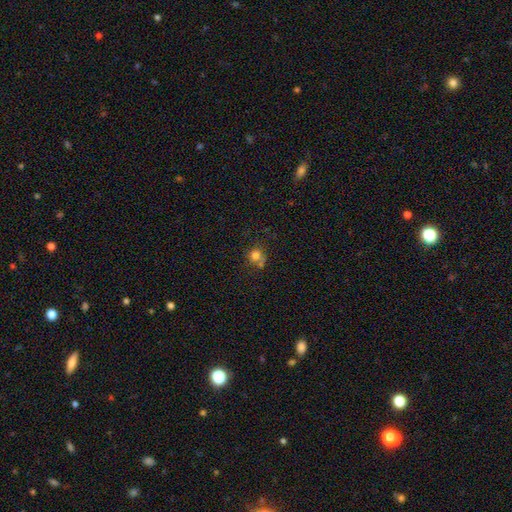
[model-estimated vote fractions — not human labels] Smooth or featured? Predicted: smooth (p=0.77). How rounded? Predicted: round (p=0.84). Merging? Predicted: none (p=0.53).